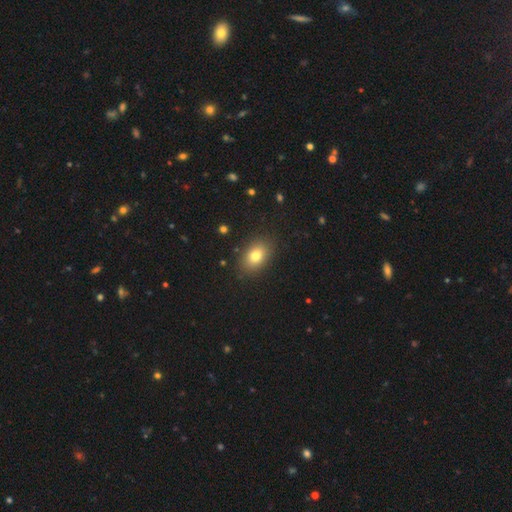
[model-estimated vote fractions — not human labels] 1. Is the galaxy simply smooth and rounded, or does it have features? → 78% smooth, 12% featured or disk, 10% star or artifact.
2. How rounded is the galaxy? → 80% in between, 19% round, 2% cigar-shaped.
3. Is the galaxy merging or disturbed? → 87% none, 9% minor disturbance, 3% major disturbance, 1% merger.